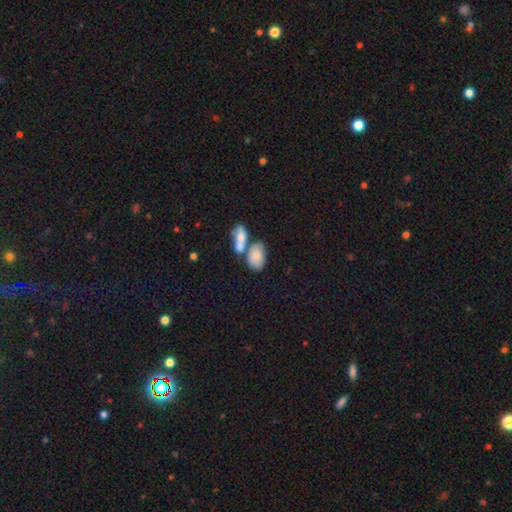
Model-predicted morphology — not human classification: type=smooth (73%); roundness=in between (90%); merging=merger (58%).